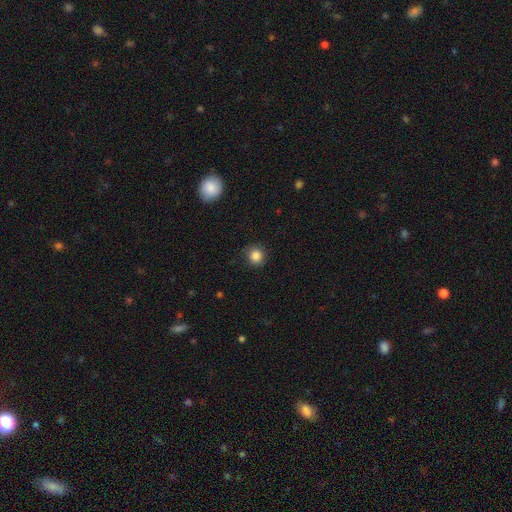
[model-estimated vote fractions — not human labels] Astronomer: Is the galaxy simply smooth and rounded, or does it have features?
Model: smooth — 85%.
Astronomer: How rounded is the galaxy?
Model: round — 91%.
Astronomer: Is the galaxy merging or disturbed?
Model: none — 84%.